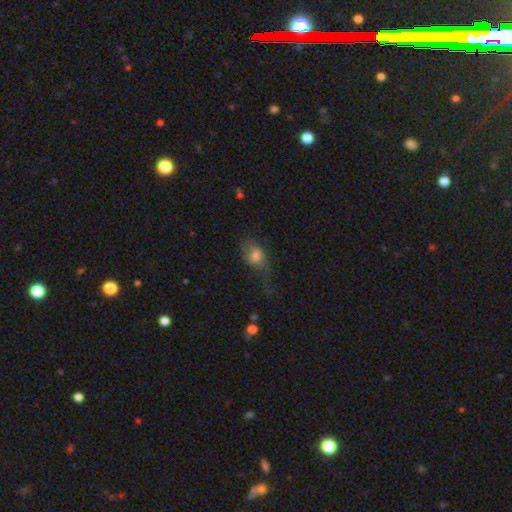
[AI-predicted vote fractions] This appears to be a smooth galaxy with no disk features (68%) that is in between round and cigar-shaped (77%). Merging: major disturbance (35%).